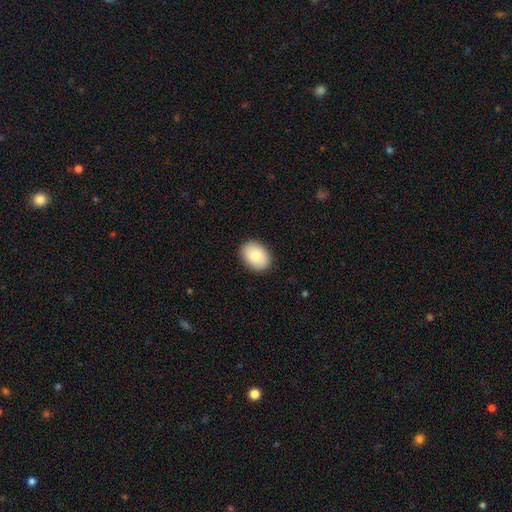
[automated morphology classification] Overall: smooth (84%). How rounded: in between (75%). Merging: none (89%).